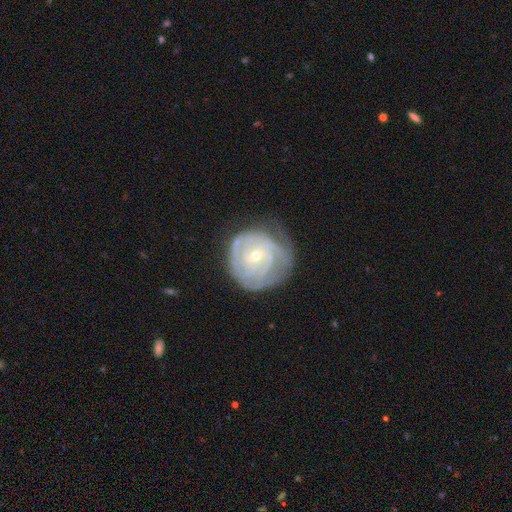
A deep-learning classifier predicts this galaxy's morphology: This is clearly a featured or disk galaxy (80%). It is clearly not viewed edge-on (98%). Bar: possibly no (55%). Spiral arm pattern: clearly yes (92%). Spiral arm count: marginally can't tell (42%). Spiral winding: likely tight (76%). Central bulge: likely small (65%). Merging: likely none (65%).